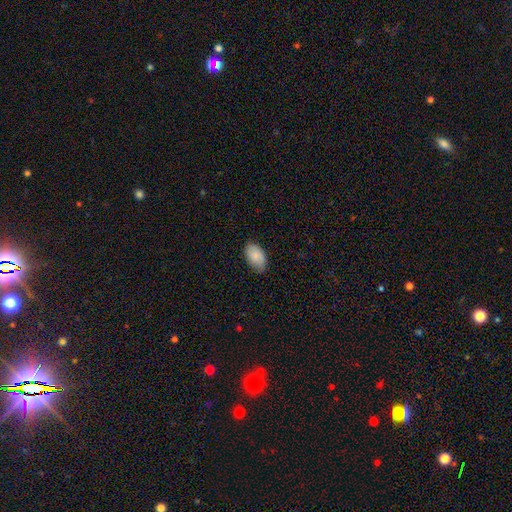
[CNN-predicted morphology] smooth 81%, featured or disk 12%, star or artifact 6%. Down the decision tree: how rounded — in between (93%); merging — none (74%).